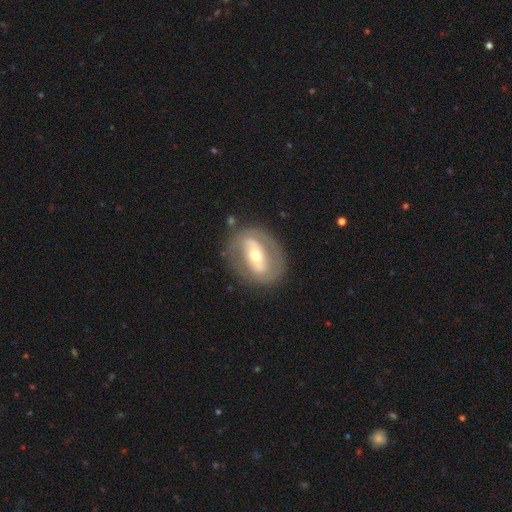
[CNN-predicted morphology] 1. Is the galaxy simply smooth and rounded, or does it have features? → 72% featured or disk, 22% smooth, 6% star or artifact.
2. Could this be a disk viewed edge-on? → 93% no, 7% yes.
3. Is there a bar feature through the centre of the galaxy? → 49% strong, 27% weak, 24% no.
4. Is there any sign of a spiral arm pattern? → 51% yes, 49% no.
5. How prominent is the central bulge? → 62% moderate, 30% small, 6% large, 1% dominant, 1% none.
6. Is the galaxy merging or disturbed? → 77% none, 14% minor disturbance, 7% major disturbance, 2% merger.